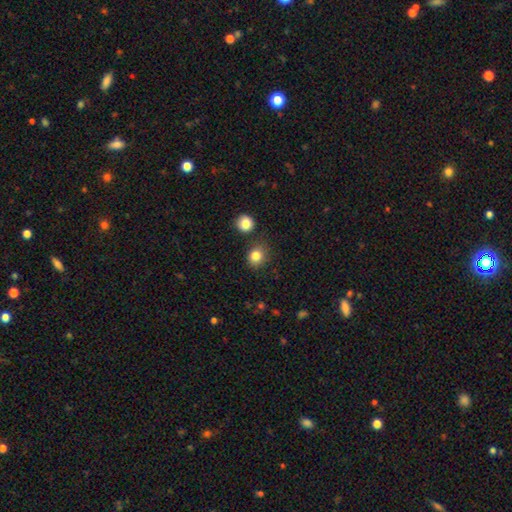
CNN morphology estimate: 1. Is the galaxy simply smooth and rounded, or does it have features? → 83% smooth, 11% star or artifact, 6% featured or disk.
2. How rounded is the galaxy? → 77% round, 22% in between, 1% cigar-shaped.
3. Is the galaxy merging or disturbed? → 79% none, 11% minor disturbance, 7% merger, 3% major disturbance.